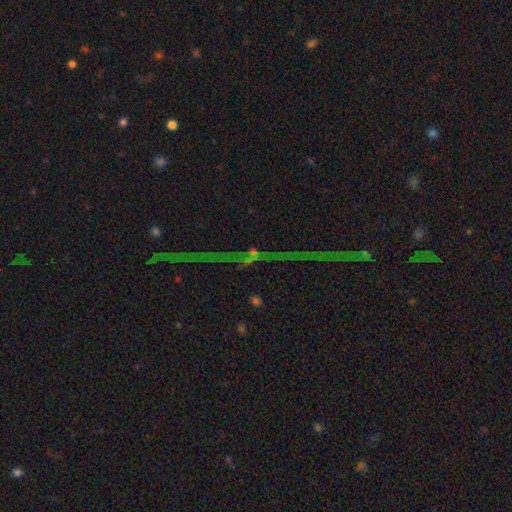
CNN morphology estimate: smooth-or-featured: star or artifact: 72% | featured or disk: 18% | smooth: 9%